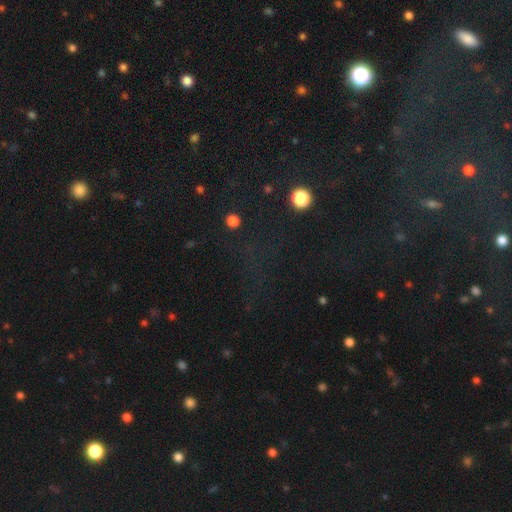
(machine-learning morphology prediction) This is likely a star or artifact rather than a galaxy (71%).